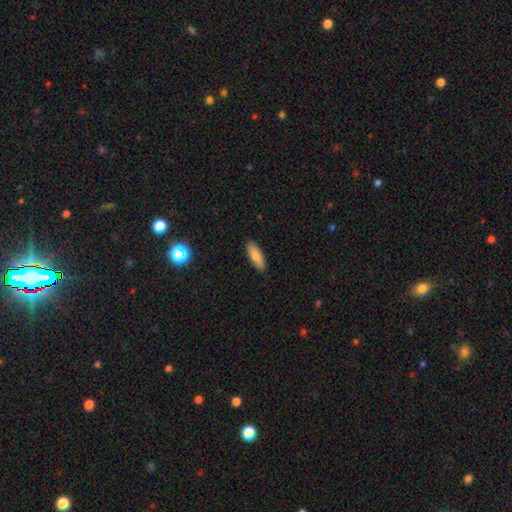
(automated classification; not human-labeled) A smooth galaxy with no disk features (83%) that is in between round and cigar-shaped (61%). Merging: none (88%).